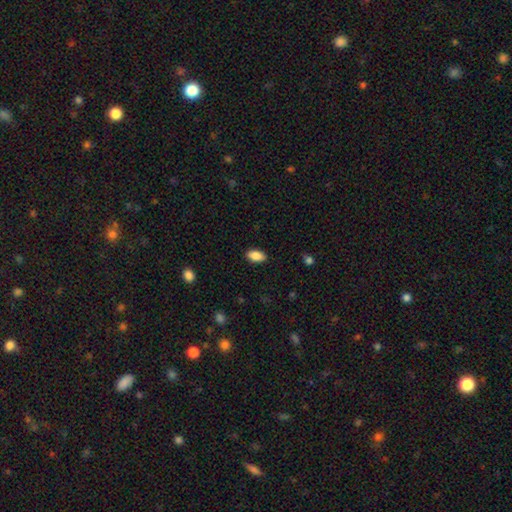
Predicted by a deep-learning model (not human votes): Morphology: type=smooth (88%); roundness=in between (93%); merging=none (89%).